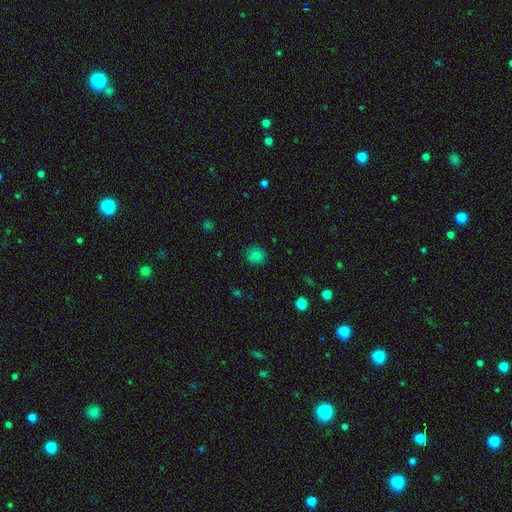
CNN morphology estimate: Overall: smooth (83%). How rounded: round (86%). Merging: none (88%).